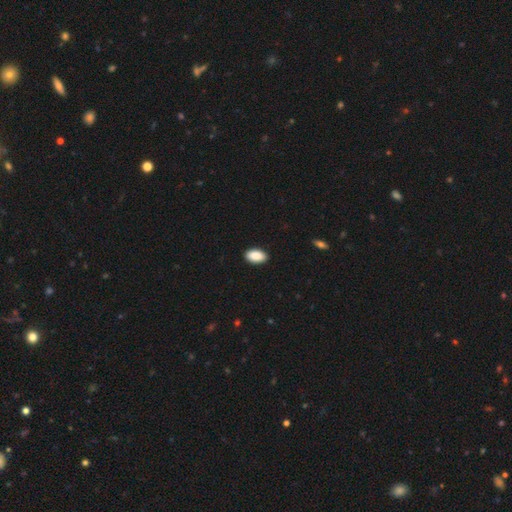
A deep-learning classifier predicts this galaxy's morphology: This is clearly a smooth galaxy (90%). How rounded: clearly in between (95%). Merging: clearly none (91%).